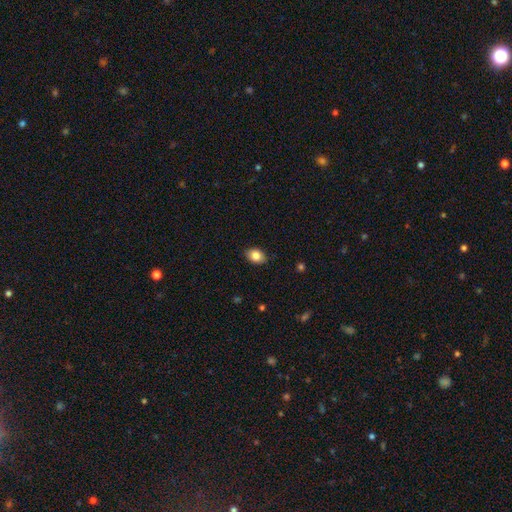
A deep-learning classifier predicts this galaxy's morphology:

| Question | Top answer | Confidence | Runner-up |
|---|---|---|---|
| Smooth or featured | smooth | 84% | star or artifact (8%) |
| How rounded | in between | 76% | round (23%) |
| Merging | none | 86% | minor disturbance (10%) |